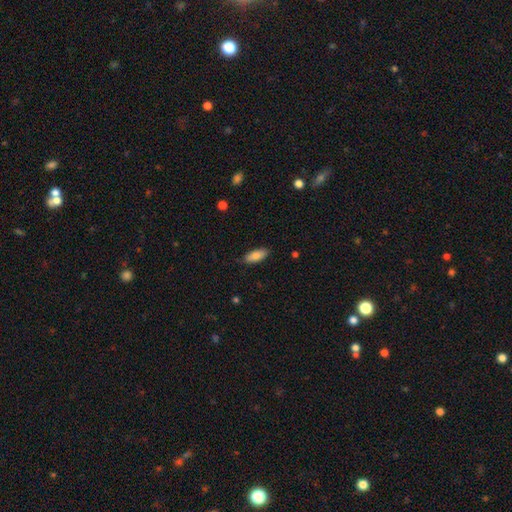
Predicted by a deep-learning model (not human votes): smooth-or-featured: smooth: 81% | featured or disk: 12% | star or artifact: 6%
  how-rounded: in between: 77% | cigar-shaped: 21% | round: 2%
  merging: none: 83% | minor disturbance: 14% | major disturbance: 2% | merger: 1%